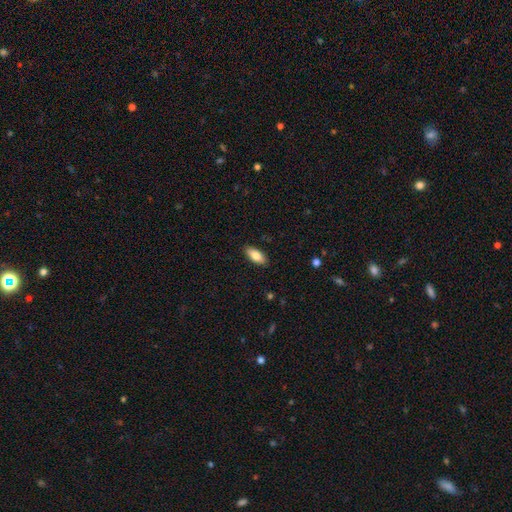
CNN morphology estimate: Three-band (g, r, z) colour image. It shows a smooth galaxy with no disk features (81%) that is in between round and cigar-shaped (85%). Merging: none (89%).